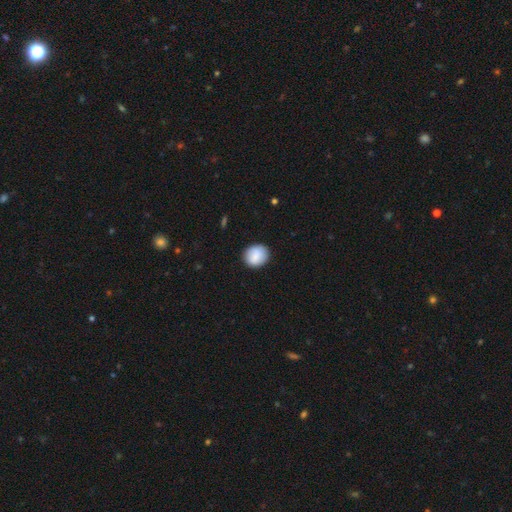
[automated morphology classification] Smooth or featured: smooth — 85% (featured or disk — 8%)
How rounded: round — 78% (in between — 21%)
Merging: none — 85% (minor disturbance — 11%)